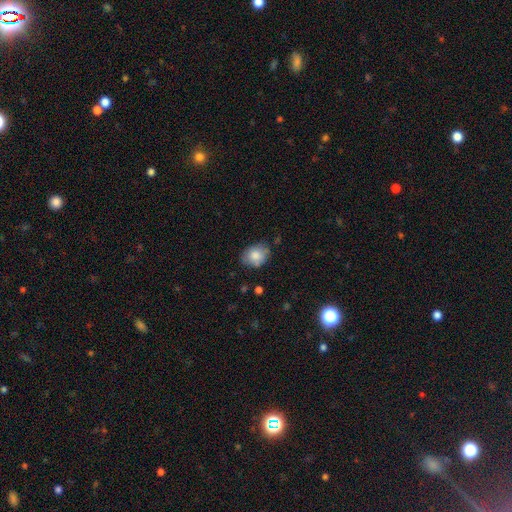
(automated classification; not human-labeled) smooth_or_featured: smooth (p=0.81) [alt: featured or disk p=0.11]
how_rounded: in between (p=0.61) [alt: round p=0.38]
merging: none (p=0.71) [alt: minor disturbance p=0.22]